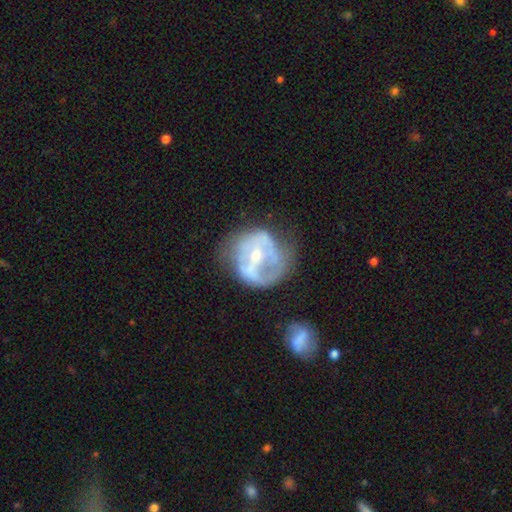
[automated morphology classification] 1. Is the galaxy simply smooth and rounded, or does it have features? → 72% featured or disk, 21% smooth, 7% star or artifact.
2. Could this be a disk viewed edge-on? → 97% no, 3% yes.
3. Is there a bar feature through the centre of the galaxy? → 40% weak, 35% no, 26% strong.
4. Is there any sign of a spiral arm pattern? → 55% yes, 45% no.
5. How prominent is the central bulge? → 54% small, 41% moderate, 2% none, 2% large, 1% dominant.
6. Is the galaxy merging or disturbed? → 42% none, 27% minor disturbance, 26% major disturbance, 5% merger.